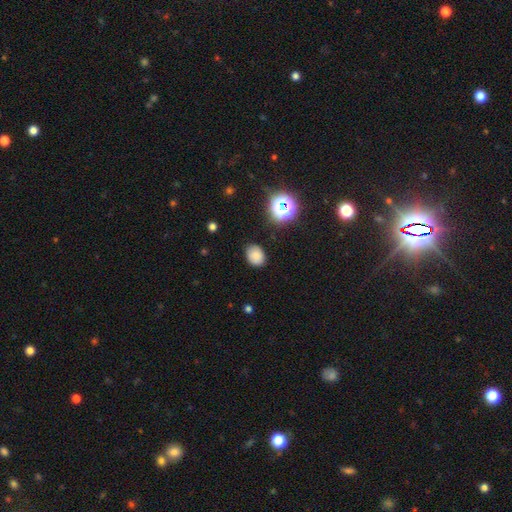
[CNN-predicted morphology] This is likely a smooth galaxy (79%). How rounded: likely in between (60%). Merging: clearly none (82%).